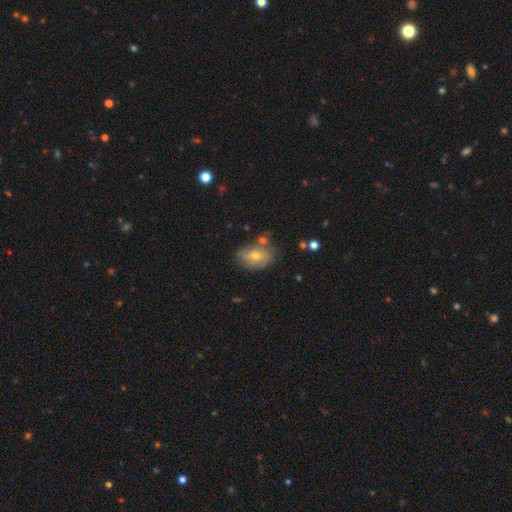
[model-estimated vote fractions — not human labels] Overall: featured or disk (47%; smooth 41%). Merging: none (66%).